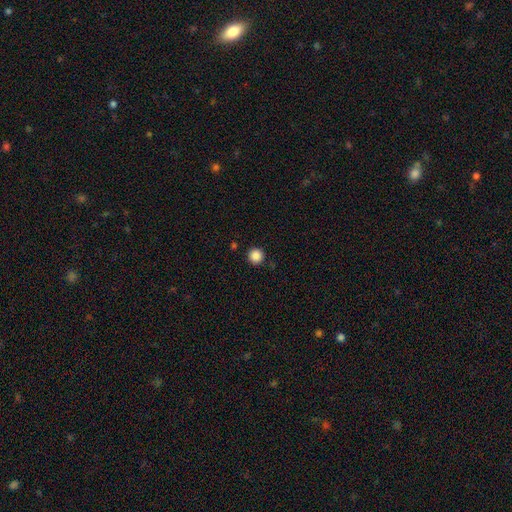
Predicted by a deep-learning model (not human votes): A smooth galaxy with no disk features (87%) that is round (96%). Merging: none (92%).